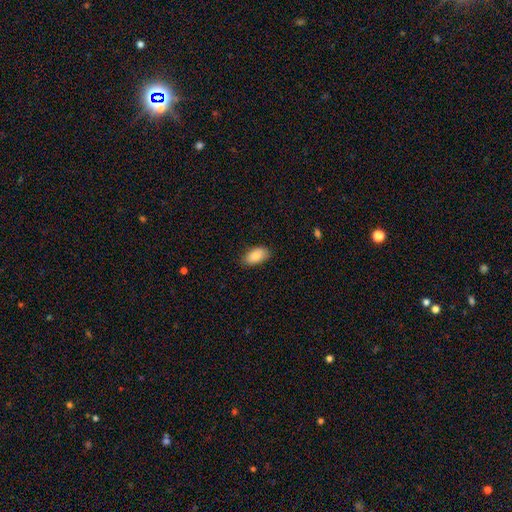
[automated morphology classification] Smooth or featured? Predicted: smooth (p=0.86). How rounded? Predicted: in between (p=0.94). Merging? Predicted: none (p=0.84).